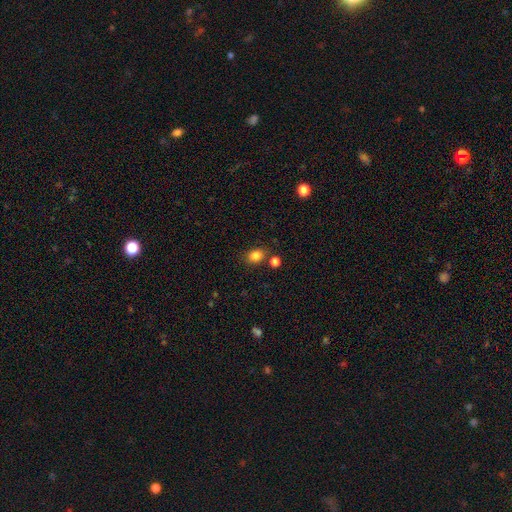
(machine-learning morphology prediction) The model was most divided on "how rounded": in between: 53%, round: 46%, cigar-shaped: 1%. More confident: smooth or featured — smooth (83%); merging — none (77%).